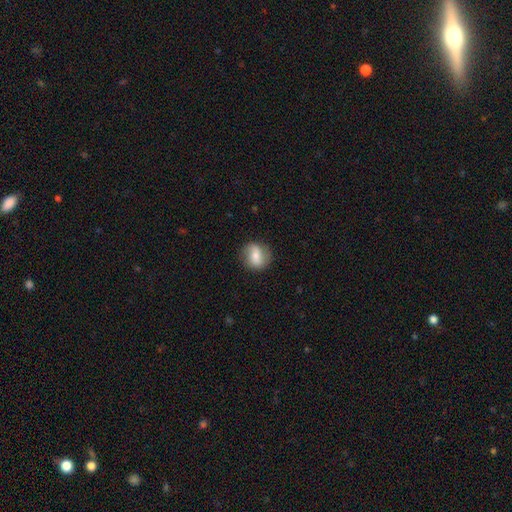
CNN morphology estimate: smooth-or-featured: smooth: 58% | featured or disk: 34% | star or artifact: 8%
  how-rounded: round: 70% | in between: 28% | cigar-shaped: 2%
  merging: none: 81% | minor disturbance: 14% | major disturbance: 4% | merger: 1%